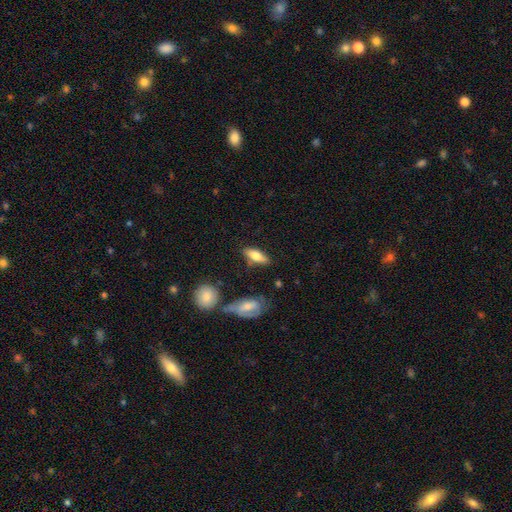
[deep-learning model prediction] Smooth or featured? smooth (65%)
How rounded? in between (70%)
Merging? none (79%)